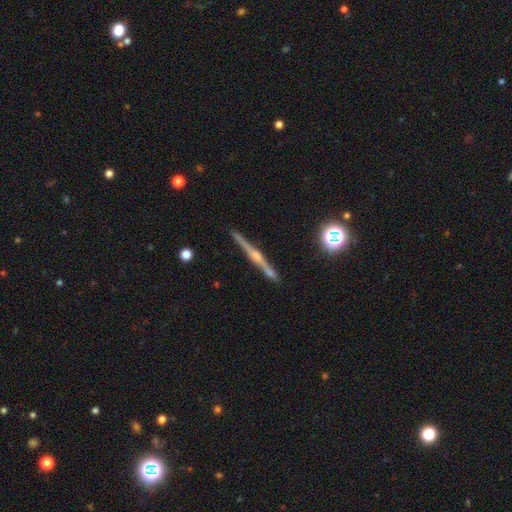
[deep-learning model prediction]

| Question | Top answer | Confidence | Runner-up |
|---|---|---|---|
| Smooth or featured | featured or disk | 81% | smooth (11%) |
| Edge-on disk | yes | 98% | no (2%) |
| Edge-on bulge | rounded | 82% | boxy (10%) |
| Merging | none | 90% | minor disturbance (6%) |